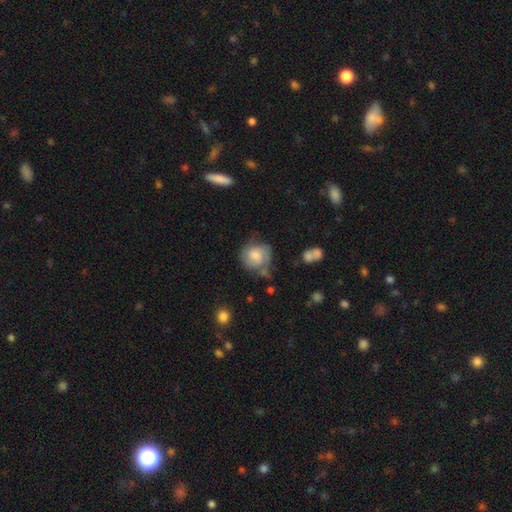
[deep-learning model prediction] Smooth or featured? featured or disk (50%)
Edge-on disk? no (97%)
Merging? none (52%)